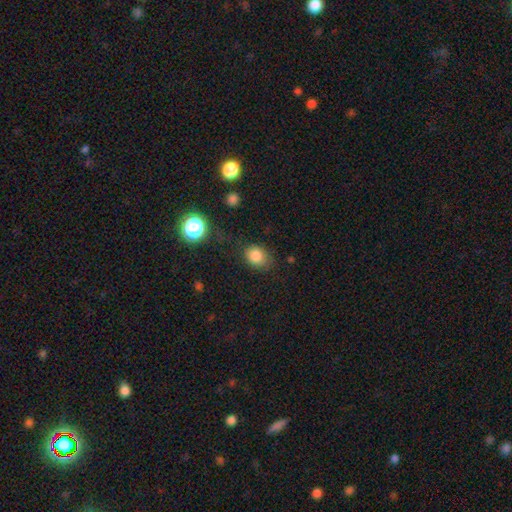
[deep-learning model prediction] Morphology: type=smooth (82%); roundness=round (56%); merging=none (71%).